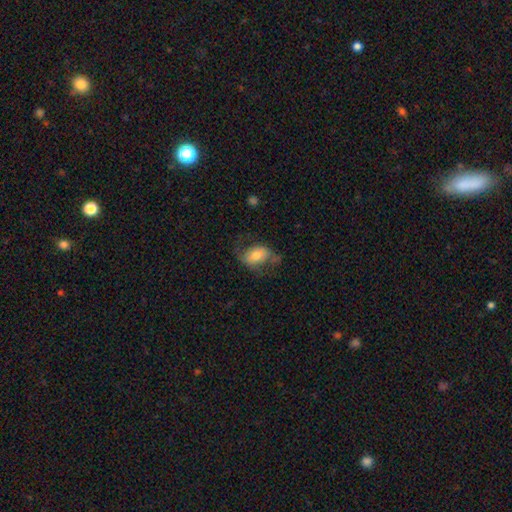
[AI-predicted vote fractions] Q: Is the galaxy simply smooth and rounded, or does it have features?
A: smooth — 51%.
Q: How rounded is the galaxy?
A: in between — 79%.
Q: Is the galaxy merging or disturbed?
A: none — 48%.